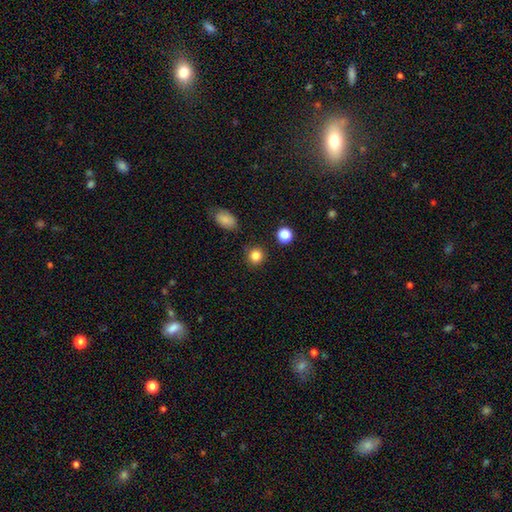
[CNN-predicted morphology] type=smooth (84%); roundness=round (90%); merging=none (87%).